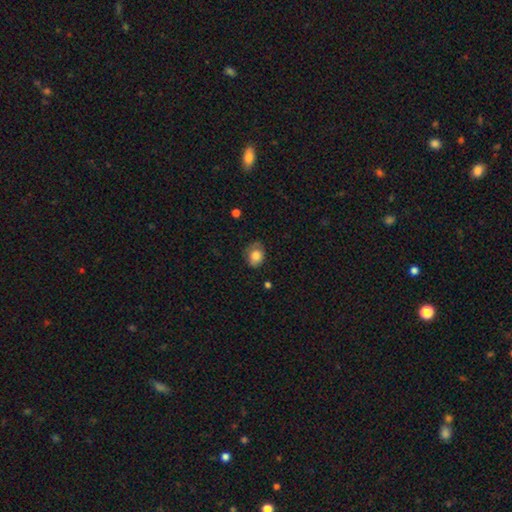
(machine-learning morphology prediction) The model was most divided on "how rounded": in between: 52%, round: 47%, cigar-shaped: 1%. More confident: smooth or featured — smooth (79%); merging — none (63%).